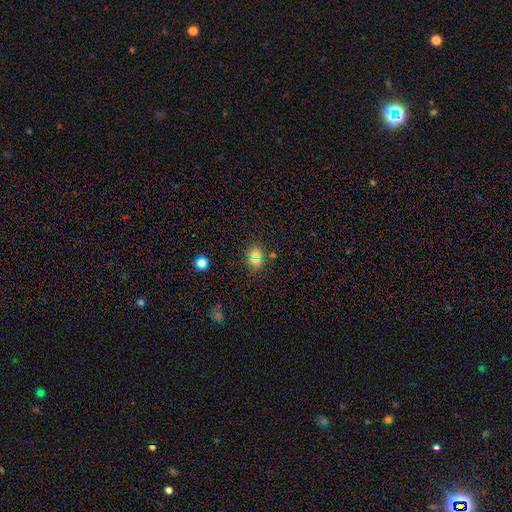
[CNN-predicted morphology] This is likely a smooth galaxy (61%). How rounded: likely round (78%). Merging: clearly none (86%).